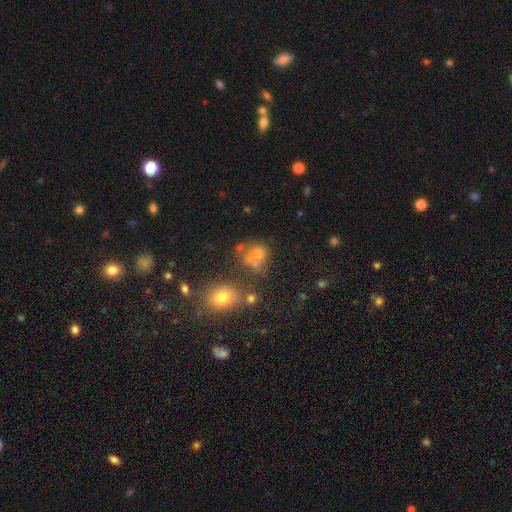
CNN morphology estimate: This appears to be a smooth galaxy with no disk features (68%) that is in between round and cigar-shaped (50%). Merging: none (43%).